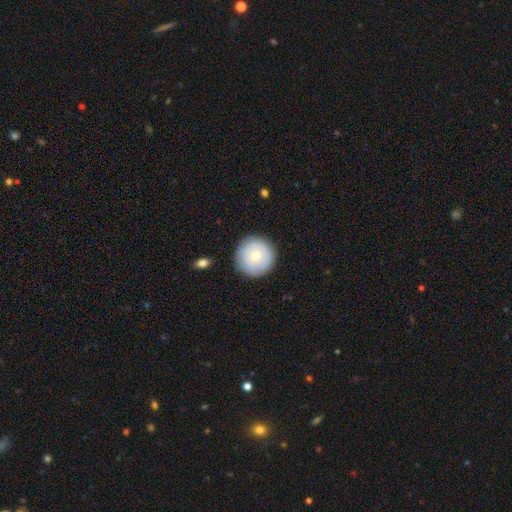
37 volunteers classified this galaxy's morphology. smooth-or-featured: smooth: 70% | featured or disk: 27% | star or artifact: 3%
  how-rounded: round: 100% | in between: 0% | cigar-shaped: 0%
  merging: none: 81% | minor disturbance: 8% | major disturbance: 8% | merger: 3%